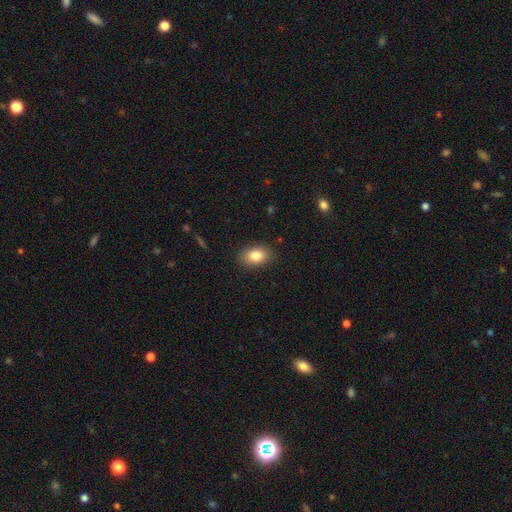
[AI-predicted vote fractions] The model was most divided on "how rounded": in between: 84%, round: 15%, cigar-shaped: 1%. More confident: merging — none (86%); smooth or featured — smooth (83%).